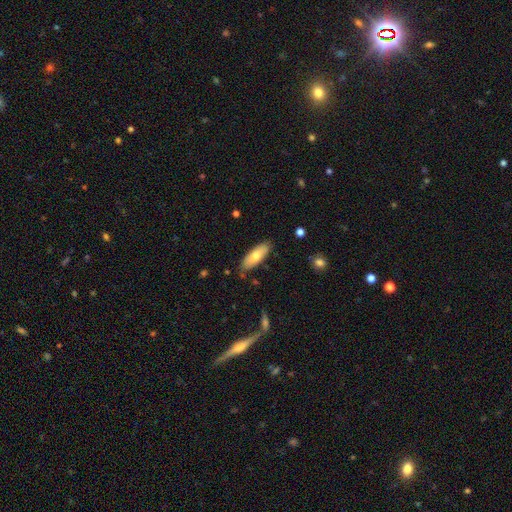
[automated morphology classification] Smooth or featured: smooth — 68% (featured or disk — 25%)
How rounded: in between — 65% (cigar-shaped — 33%)
Merging: none — 85% (minor disturbance — 11%)